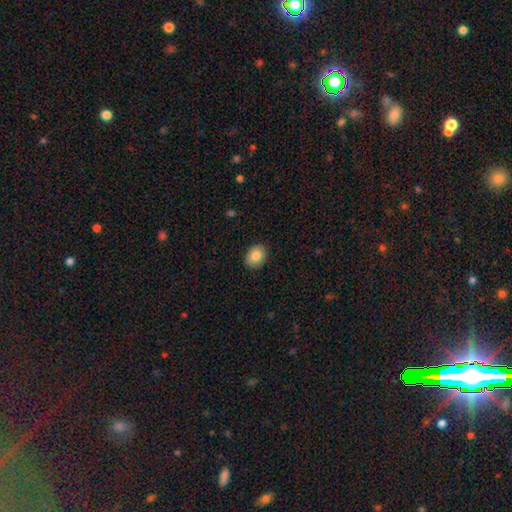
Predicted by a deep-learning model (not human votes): A smooth galaxy with no disk features (83%) that is in between round and cigar-shaped (53%).

Vote fractions:
- Smooth or featured? smooth: 83% / featured or disk: 8% / star or artifact: 8%
- How rounded? in between: 53% / round: 46% / cigar-shaped: 1%
- Merging? none: 90% / minor disturbance: 8% / major disturbance: 2% / merger: 1%